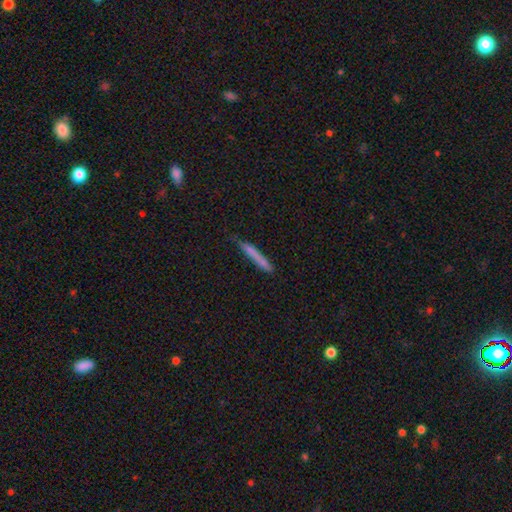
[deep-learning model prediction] Smooth or featured? Predicted: smooth (p=0.70). How rounded? Predicted: cigar-shaped (p=0.96). Merging? Predicted: none (p=0.80).